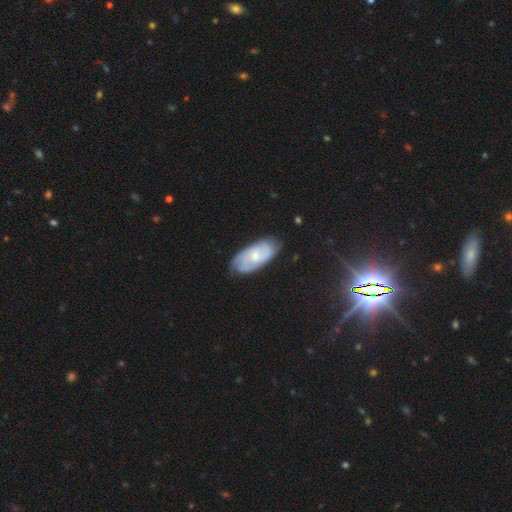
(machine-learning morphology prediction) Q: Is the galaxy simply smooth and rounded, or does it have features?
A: featured or disk — 58%.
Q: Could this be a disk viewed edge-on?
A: no — 92%.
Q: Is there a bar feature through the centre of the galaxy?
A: no — 68%.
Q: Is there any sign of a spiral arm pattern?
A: yes — 82%.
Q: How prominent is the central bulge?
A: small — 51%.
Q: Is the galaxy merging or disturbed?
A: none — 74%.